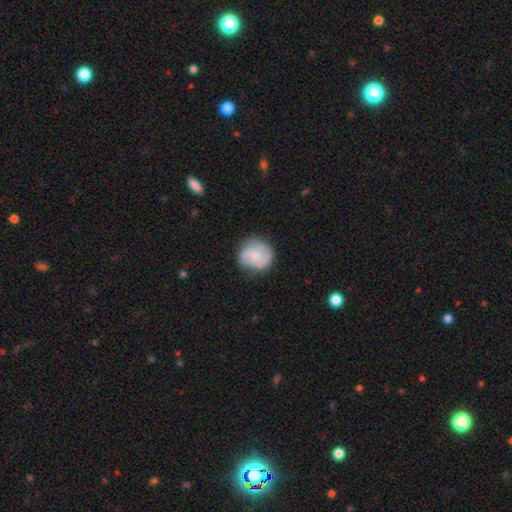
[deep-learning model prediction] A featured or disk galaxy (50%).

Vote fractions:
- Smooth or featured? featured or disk: 50% / smooth: 43% / star or artifact: 7%
- Edge-on disk? no: 98% / yes: 2%
- Merging? none: 74% / minor disturbance: 18% / major disturbance: 6% / merger: 1%